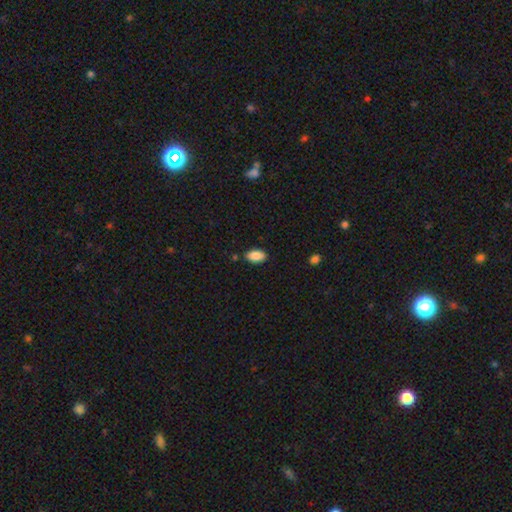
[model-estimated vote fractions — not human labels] Smooth or featured: smooth — 89% (star or artifact — 7%)
How rounded: in between — 93% (round — 4%)
Merging: none — 85% (minor disturbance — 11%)